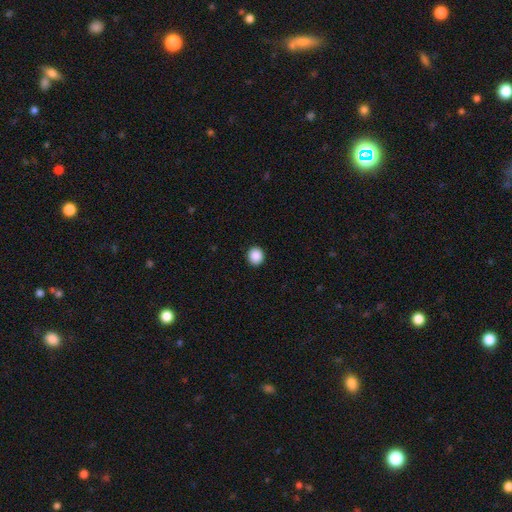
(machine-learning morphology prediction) Smooth or featured: smooth — 89% (star or artifact — 9%)
How rounded: round — 87% (in between — 13%)
Merging: none — 92% (minor disturbance — 5%)